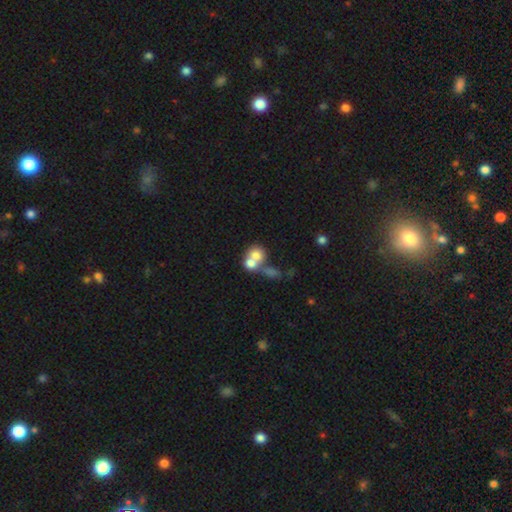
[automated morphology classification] smooth_or_featured: smooth (p=0.68) [alt: featured or disk p=0.21]
how_rounded: round (p=0.69) [alt: in between p=0.29]
merging: merger (p=0.66) [alt: none p=0.22]